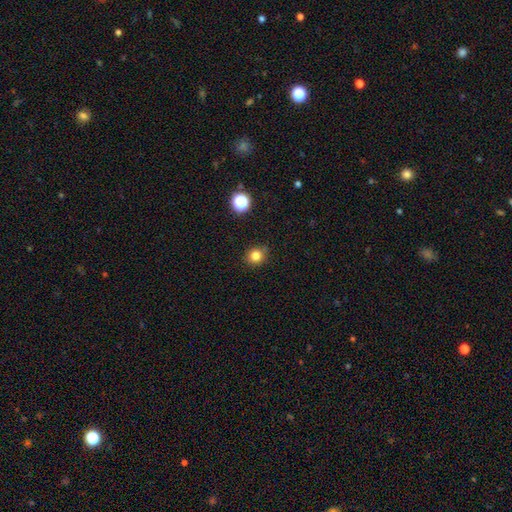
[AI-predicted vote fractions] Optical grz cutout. It shows a smooth galaxy with no disk features (81%) that is round (81%). Merging: none (84%).